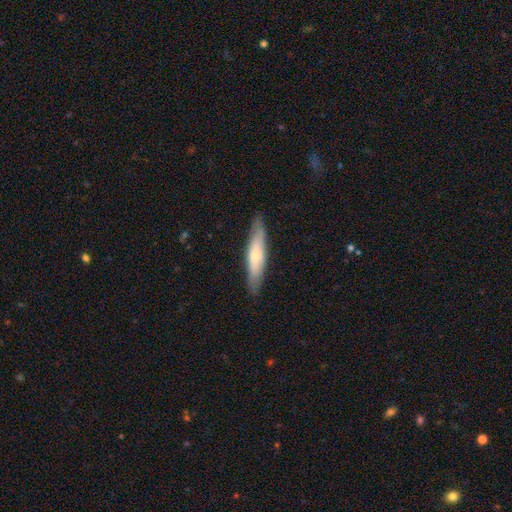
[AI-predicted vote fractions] Smooth or featured: smooth — 58% (featured or disk — 37%)
How rounded: cigar-shaped — 82% (in between — 17%)
Merging: none — 86% (minor disturbance — 11%)